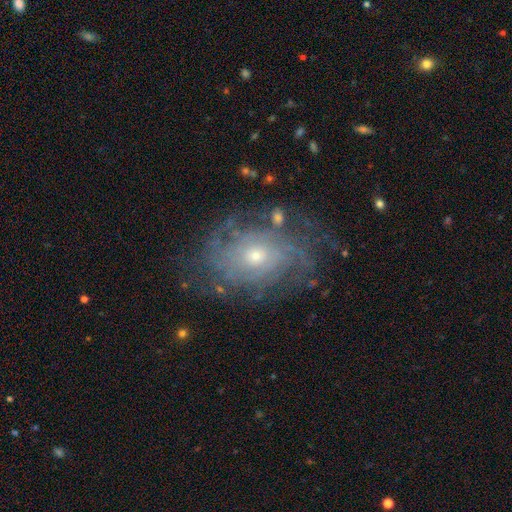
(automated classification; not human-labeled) smooth-or-featured: featured or disk: 78% | smooth: 12% | star or artifact: 10%
  disk-edge-on: no: 96% | yes: 4%
    bar: no: 79% | weak: 18% | strong: 4%
    has-spiral-arms: yes: 89% | no: 11%
      spiral-winding: tight: 66% | medium: 26% | loose: 9%
      spiral-arm-count: can't tell: 49% | 4: 13% | more than 4: 11% | 3: 11% | 2: 10% | 1: 6%
    bulge-size: small: 51% | moderate: 44% | large: 3% | none: 1% | dominant: 1%
  merging: none: 73% | minor disturbance: 17% | major disturbance: 9% | merger: 2%